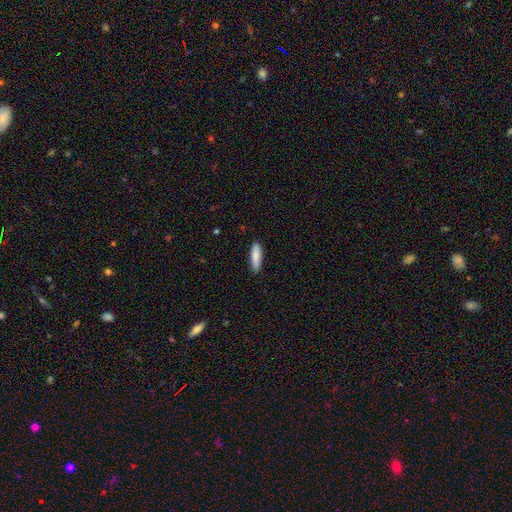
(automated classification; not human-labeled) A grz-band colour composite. It shows a smooth galaxy with no disk features (84%) that is cigar-shaped (64%). Merging: none (87%).